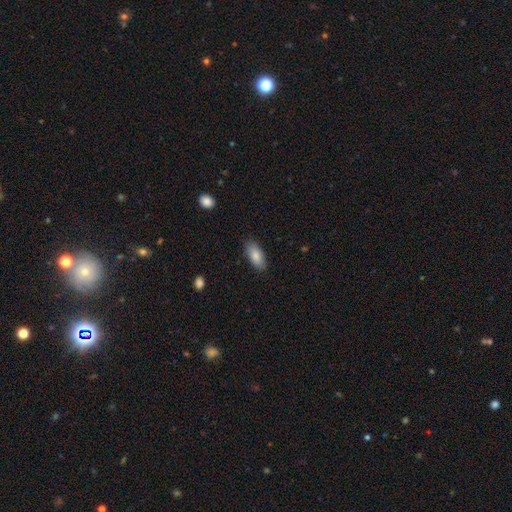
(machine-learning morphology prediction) A smooth galaxy with no disk features (85%) that is in between round and cigar-shaped (88%). Merging: none (86%).